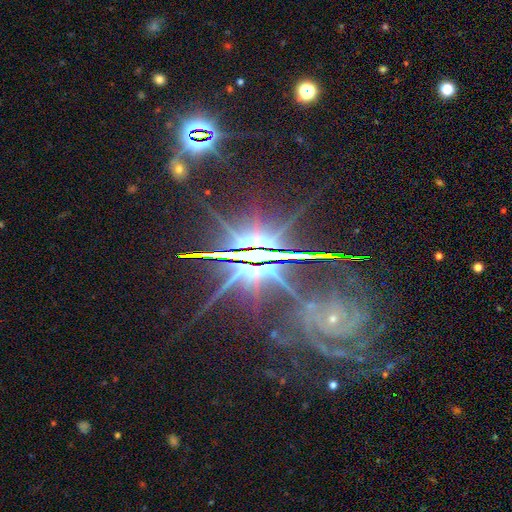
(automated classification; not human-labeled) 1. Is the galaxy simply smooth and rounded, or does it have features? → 77% star or artifact, 18% featured or disk, 5% smooth.